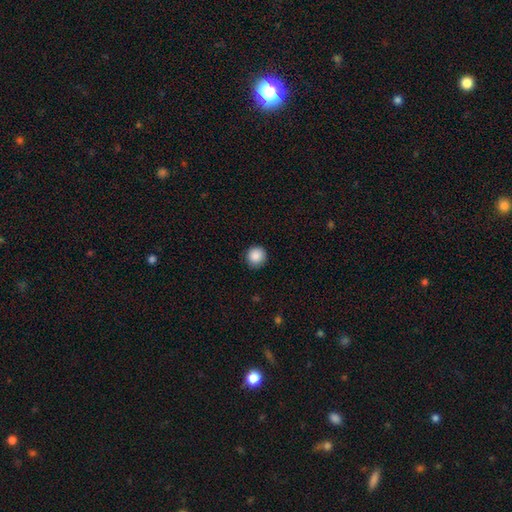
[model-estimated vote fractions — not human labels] Smooth or featured?
  - smooth: 88% *
  - star or artifact: 9%
  - featured or disk: 3%
How rounded?
  - round: 93% *
  - in between: 6%
  - cigar-shaped: 1%
Merging?
  - none: 89% *
  - minor disturbance: 8%
  - major disturbance: 2%
  - merger: 1%